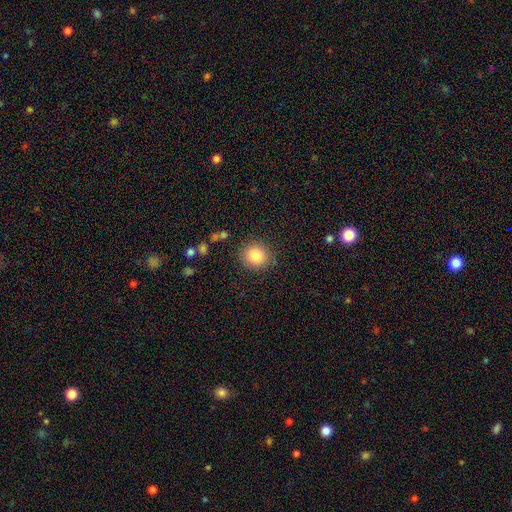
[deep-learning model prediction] A smooth galaxy with no disk features (85%) that is round (84%). Merging: none (86%).